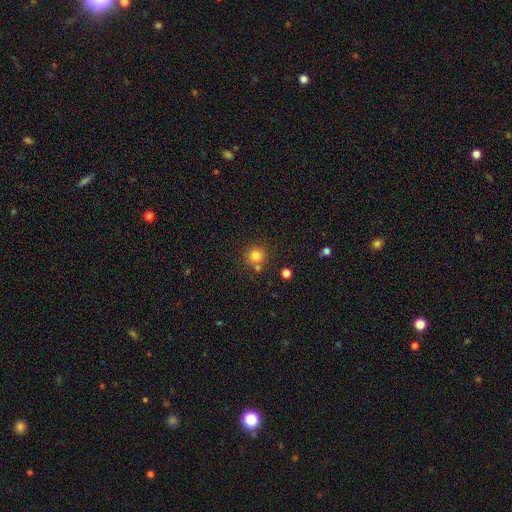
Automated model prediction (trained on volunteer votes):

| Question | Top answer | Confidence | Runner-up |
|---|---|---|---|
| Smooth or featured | smooth | 80% | star or artifact (13%) |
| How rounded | round | 90% | in between (9%) |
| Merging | none | 74% | merger (14%) |